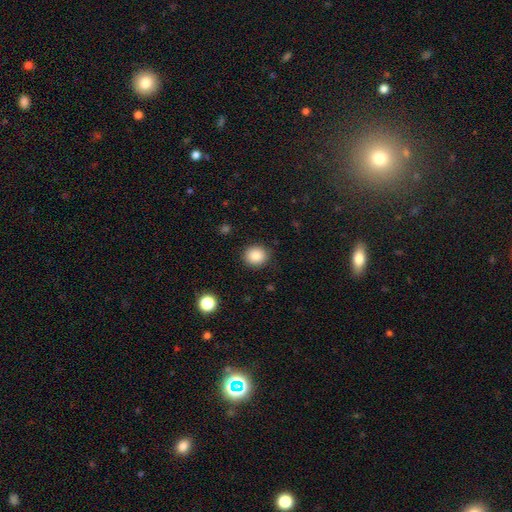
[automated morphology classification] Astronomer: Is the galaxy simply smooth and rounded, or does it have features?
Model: smooth — 87%.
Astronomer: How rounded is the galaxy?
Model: round — 76%.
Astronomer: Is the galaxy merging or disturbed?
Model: none — 89%.